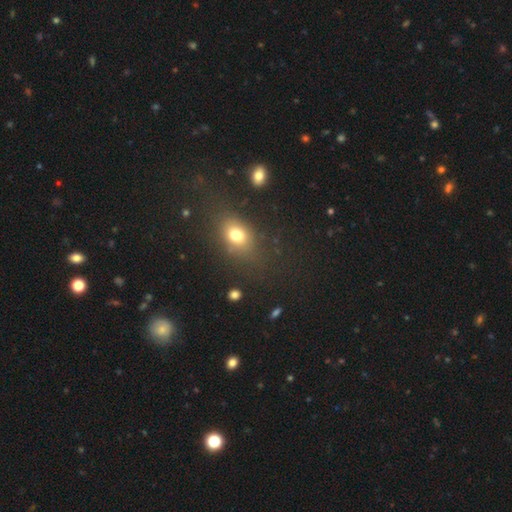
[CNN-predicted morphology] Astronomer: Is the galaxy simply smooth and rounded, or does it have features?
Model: smooth — 55% (runner-up: star or artifact, 35%).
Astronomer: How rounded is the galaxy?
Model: in between — 50% (runner-up: round, 46%).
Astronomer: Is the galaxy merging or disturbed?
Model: none — 79%.